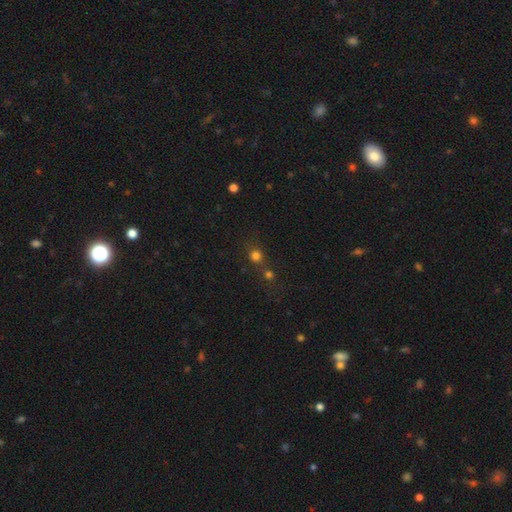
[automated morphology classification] Overall: smooth (72%). How rounded: round (88%). Merging: none (59%; merger 29%).